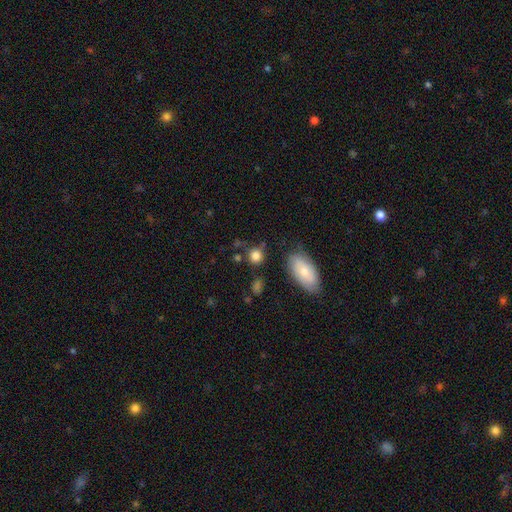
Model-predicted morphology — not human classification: Smooth or featured: smooth — 84% (star or artifact — 10%)
How rounded: round — 80% (in between — 18%)
Merging: none — 74% (minor disturbance — 13%)